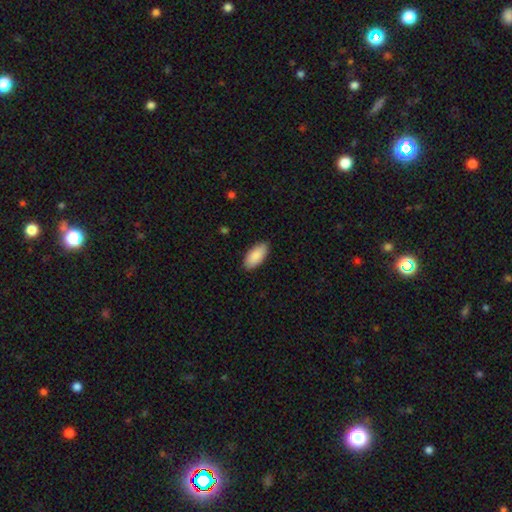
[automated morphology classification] The model was most divided on "merging": none: 88%, minor disturbance: 10%, major disturbance: 2%, merger: 1%. More confident: how rounded — in between (91%); smooth or featured — smooth (90%).